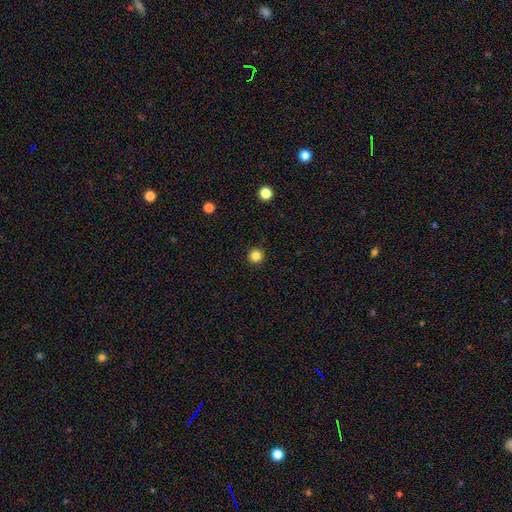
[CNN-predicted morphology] This appears to be a smooth galaxy with no disk features (84%) that is round (96%). Merging: none (93%).